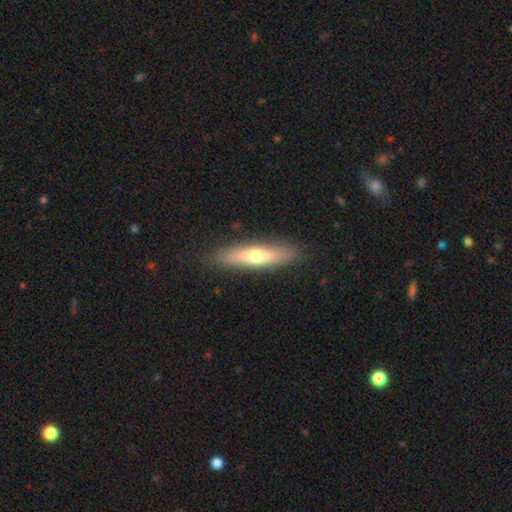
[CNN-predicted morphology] Q: Smooth or featured?
A: smooth (59%); runner-up: featured or disk (35%)
Q: How rounded?
A: cigar-shaped (76%); runner-up: in between (22%)
Q: Merging?
A: none (87%); runner-up: minor disturbance (9%)